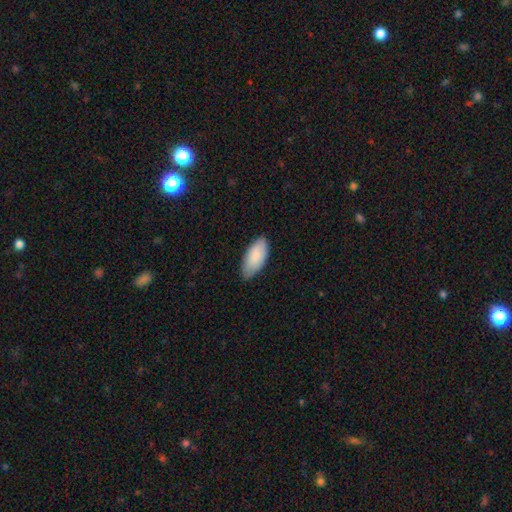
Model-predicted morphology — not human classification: smooth 86%, featured or disk 9%, star or artifact 5%. Down the decision tree: how rounded — in between (92%); merging — none (77%).